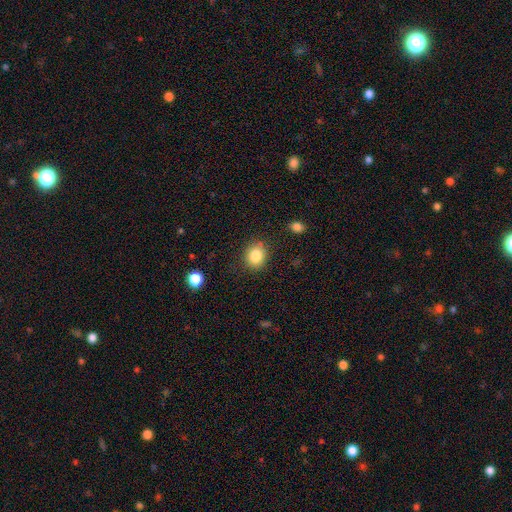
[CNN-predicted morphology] A smooth galaxy with no disk features (84%) that is round (71%). Merging: none (84%).